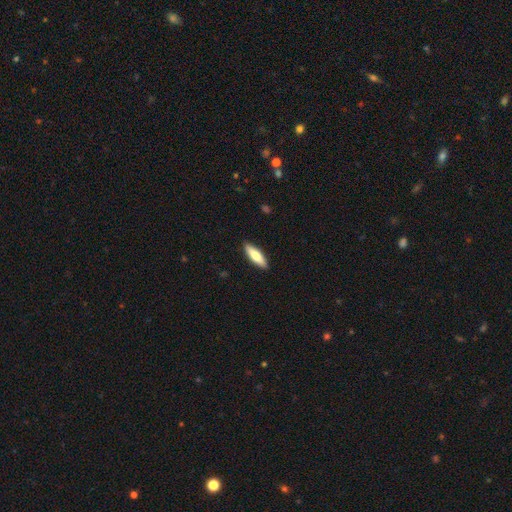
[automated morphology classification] type=smooth (70%); roundness=cigar-shaped (54%); merging=none (90%).